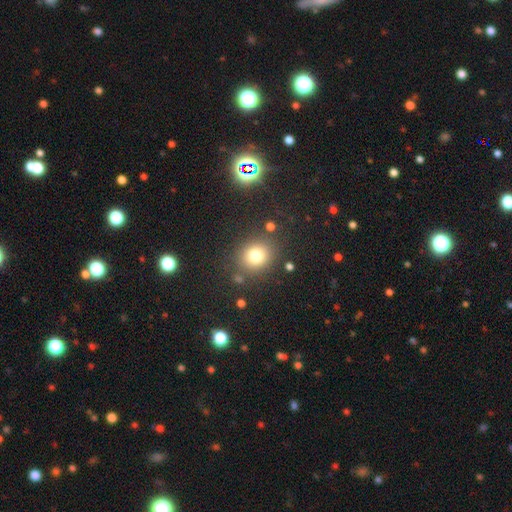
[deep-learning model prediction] This appears to be a smooth galaxy with no disk features (77%) that is round (76%). Merging: none (81%).